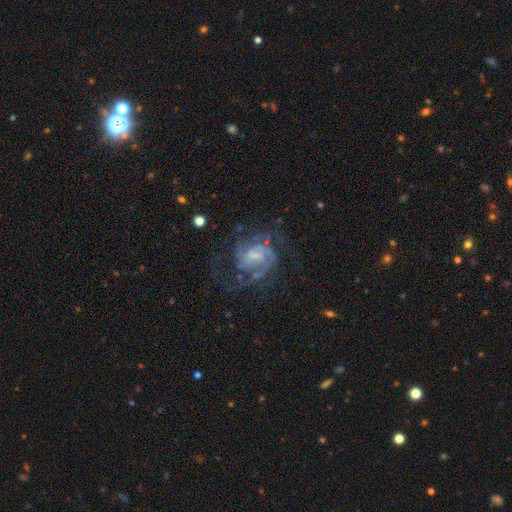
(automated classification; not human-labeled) The model was most divided on "spiral winding": medium: 45%, tight: 39%, loose: 16%. Remaining: edge-on disk — no (98%); spiral arms — yes (94%); smooth or featured — featured or disk (84%); merging — none (58%); bar — weak (51%); bulge size — small (44%); spiral arm count — 2 (34%).